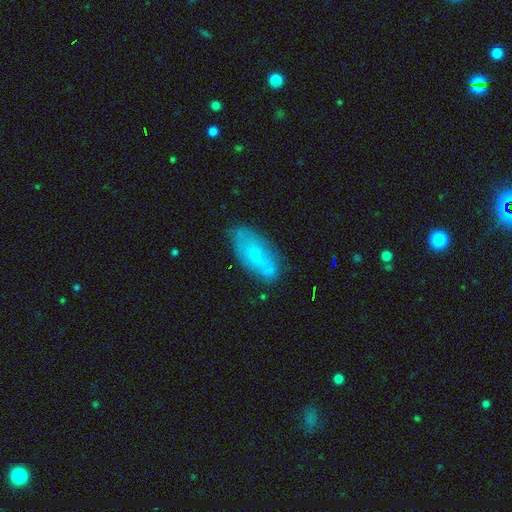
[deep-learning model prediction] Smooth or featured? smooth (58%)
How rounded? in between (79%)
Merging? none (66%)